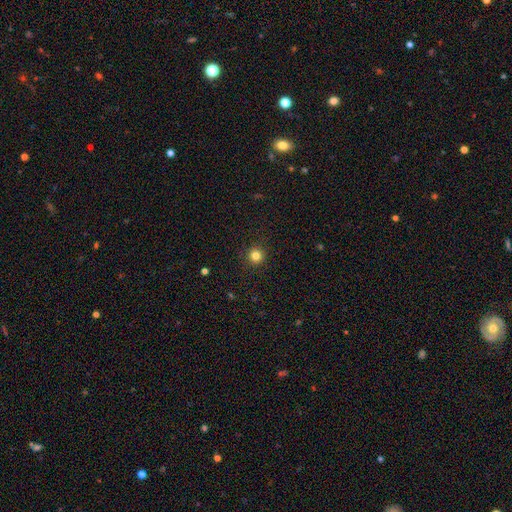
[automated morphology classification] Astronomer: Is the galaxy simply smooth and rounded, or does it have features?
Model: smooth — 82%.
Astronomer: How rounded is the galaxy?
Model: round — 95%.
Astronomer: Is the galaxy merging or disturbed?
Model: none — 92%.